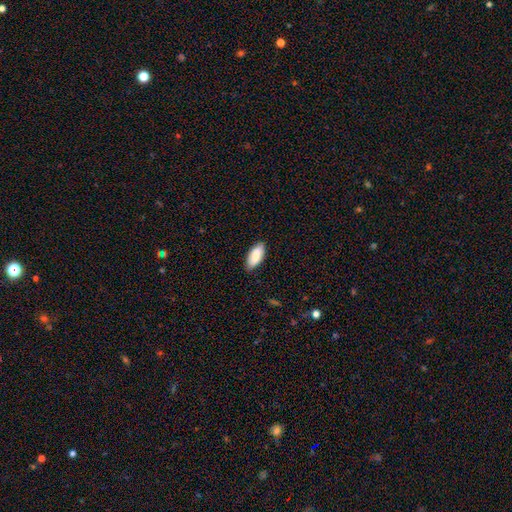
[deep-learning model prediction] This is clearly a smooth galaxy (87%). How rounded: clearly in between (84%). Merging: clearly none (86%).